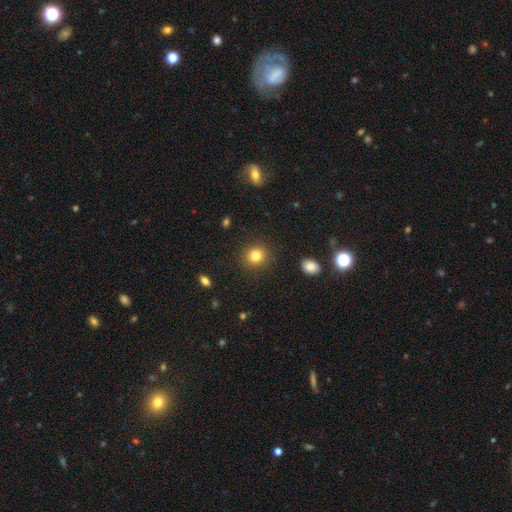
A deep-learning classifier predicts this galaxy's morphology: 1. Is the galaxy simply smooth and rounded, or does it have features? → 82% smooth, 12% star or artifact, 6% featured or disk.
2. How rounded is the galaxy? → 87% round, 13% in between, 1% cigar-shaped.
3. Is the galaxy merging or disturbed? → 90% none, 6% minor disturbance, 2% major disturbance, 1% merger.